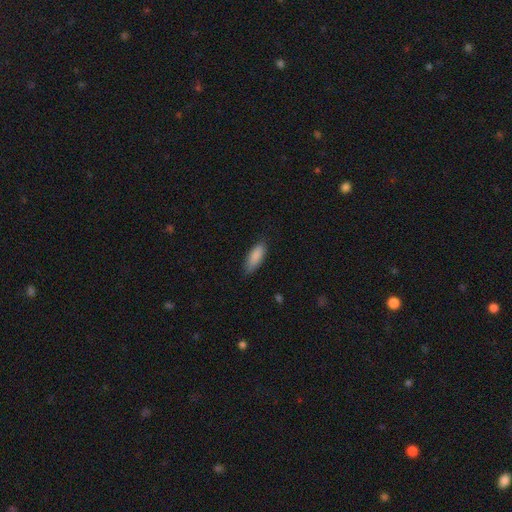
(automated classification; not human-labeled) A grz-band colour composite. It shows a smooth galaxy with no disk features (87%) that is in between round and cigar-shaped (70%). Merging: none (76%).